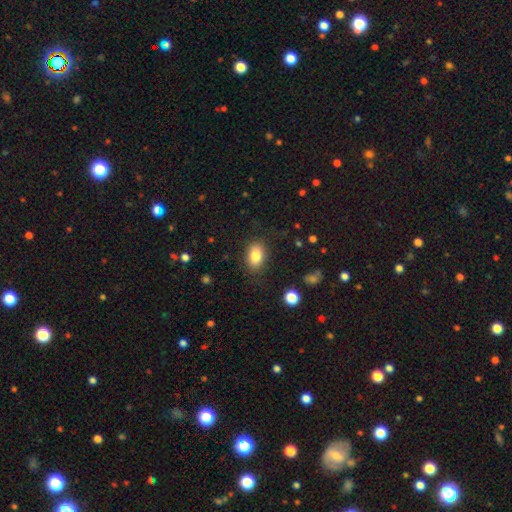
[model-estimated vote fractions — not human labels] Morphology: type=smooth (83%); roundness=in between (86%); merging=none (84%).